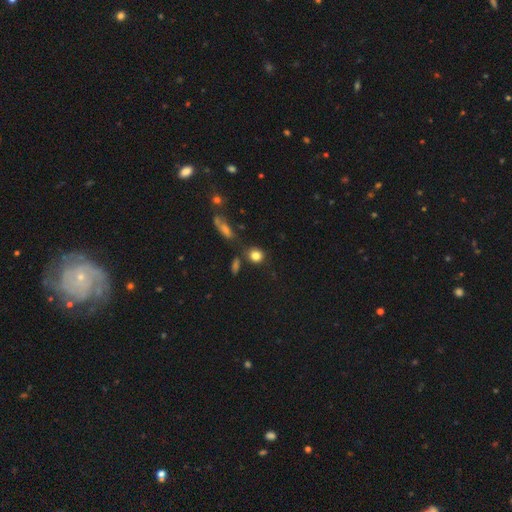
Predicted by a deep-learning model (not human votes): smooth_or_featured: smooth (p=0.82) [alt: star or artifact p=0.11]
how_rounded: round (p=0.74) [alt: in between p=0.24]
merging: none (p=0.71) [alt: minor disturbance p=0.13]